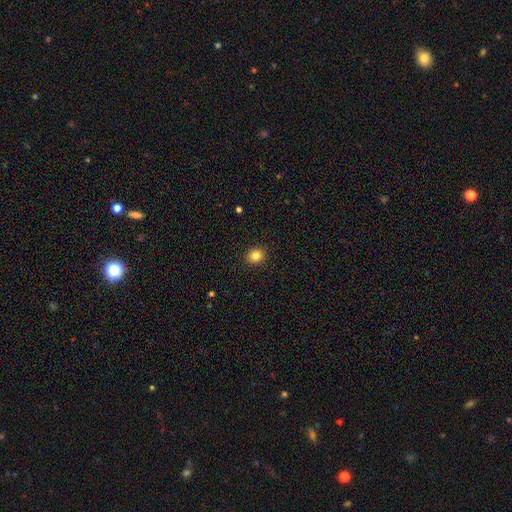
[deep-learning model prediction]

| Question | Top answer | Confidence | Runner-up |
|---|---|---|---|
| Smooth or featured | smooth | 83% | star or artifact (11%) |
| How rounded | round | 81% | in between (18%) |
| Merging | none | 92% | minor disturbance (5%) |